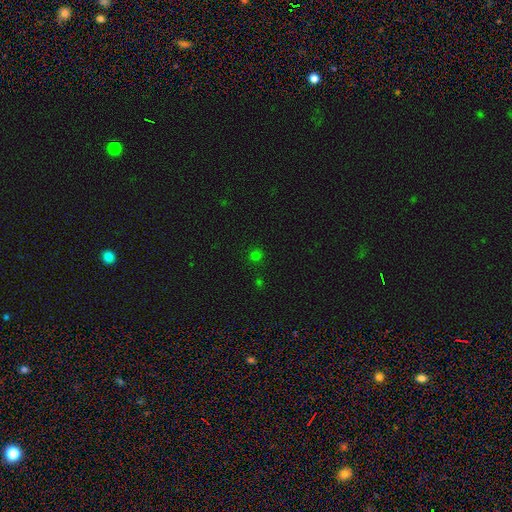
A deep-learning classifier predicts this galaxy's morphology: type=smooth (69%); roundness=round (91%); merging=none (88%).